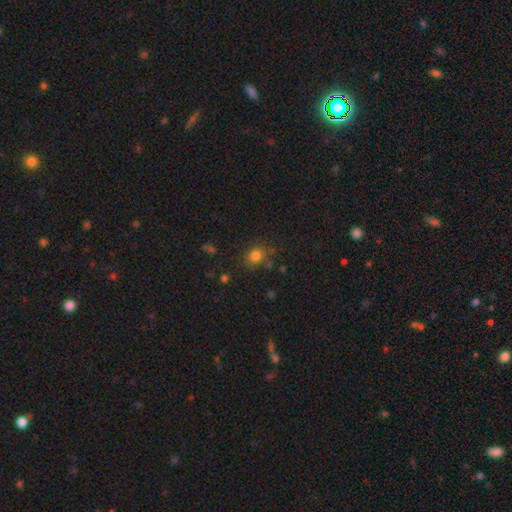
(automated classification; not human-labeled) Smooth or featured?
  - smooth: 78% *
  - star or artifact: 15%
  - featured or disk: 7%
How rounded?
  - round: 65% *
  - in between: 34%
  - cigar-shaped: 1%
Merging?
  - none: 73% *
  - minor disturbance: 16%
  - merger: 6%
  - major disturbance: 5%